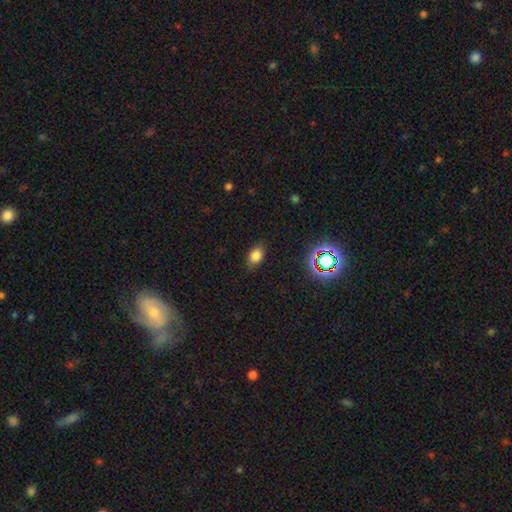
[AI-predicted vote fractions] Overall: smooth (78%). How rounded: in between (78%). Merging: none (81%).